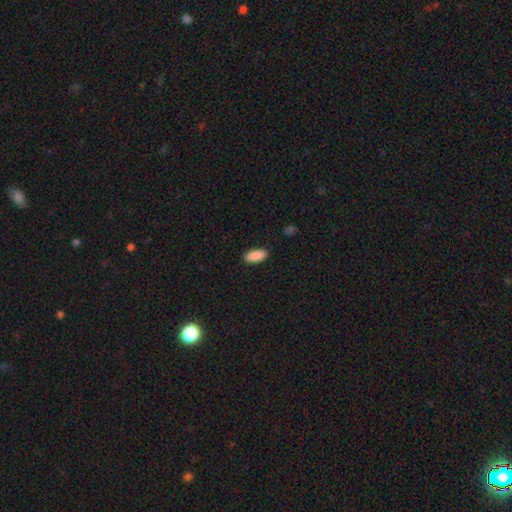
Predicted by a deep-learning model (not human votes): smooth 90%, star or artifact 7%, featured or disk 3%. Down the decision tree: how rounded — in between (87%); merging — none (89%).